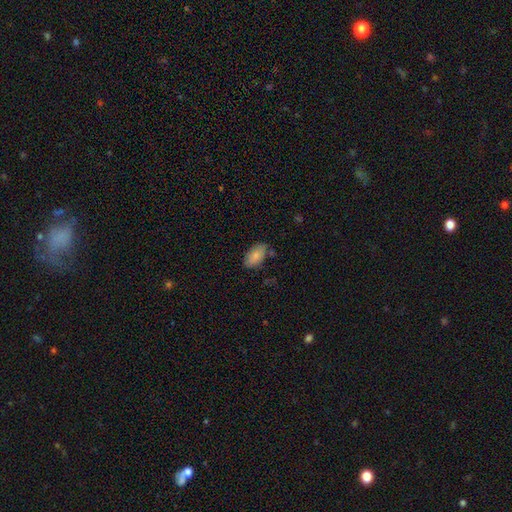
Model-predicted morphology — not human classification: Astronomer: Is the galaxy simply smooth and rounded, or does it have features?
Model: smooth — 84%.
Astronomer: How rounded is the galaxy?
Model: in between — 94%.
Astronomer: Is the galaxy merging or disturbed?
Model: none — 73%.